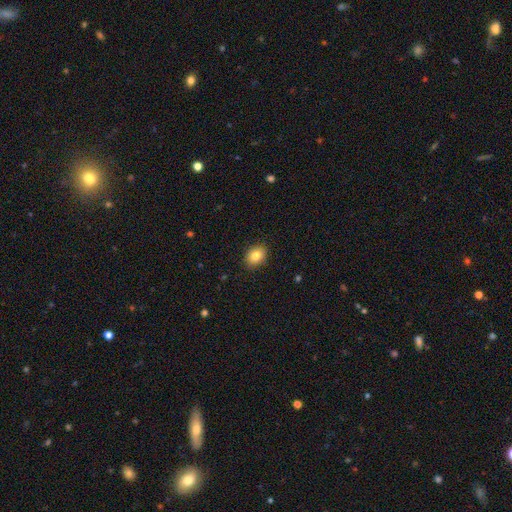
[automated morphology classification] Smooth or featured? Predicted: smooth (p=0.83). How rounded? Predicted: in between (p=0.60). Merging? Predicted: none (p=0.89).